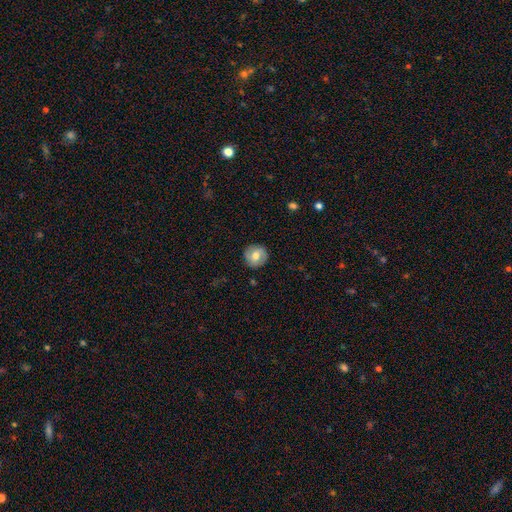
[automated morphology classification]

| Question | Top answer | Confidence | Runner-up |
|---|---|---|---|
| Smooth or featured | smooth | 62% | featured or disk (31%) |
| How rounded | round | 91% | in between (8%) |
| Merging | none | 87% | minor disturbance (9%) |